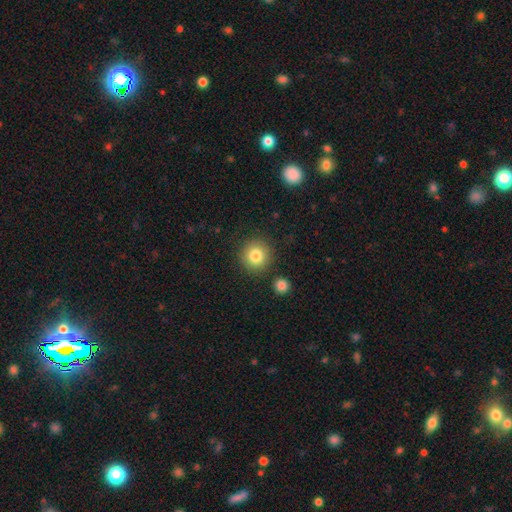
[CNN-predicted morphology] type=smooth (83%); roundness=round (94%); merging=none (86%).